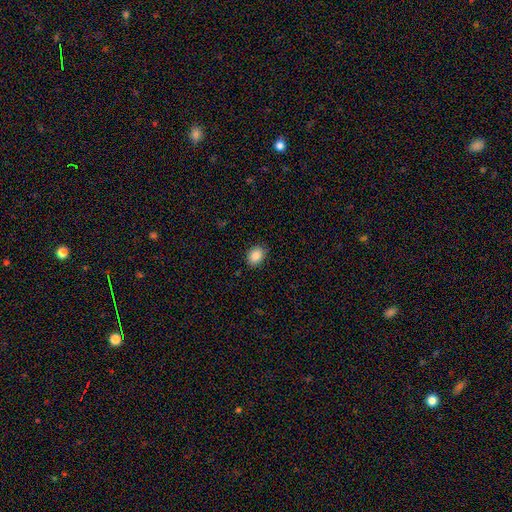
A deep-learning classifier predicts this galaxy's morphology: Smooth or featured? smooth (87%)
How rounded? in between (63%)
Merging? none (87%)